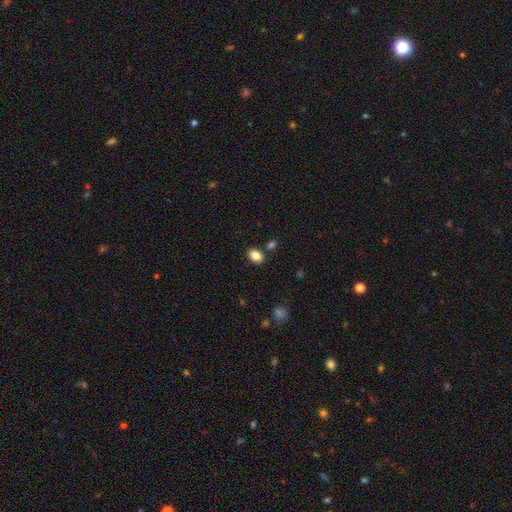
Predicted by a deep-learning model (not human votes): A smooth galaxy with no disk features (85%) that is in between round and cigar-shaped (83%). Merging: none (81%).